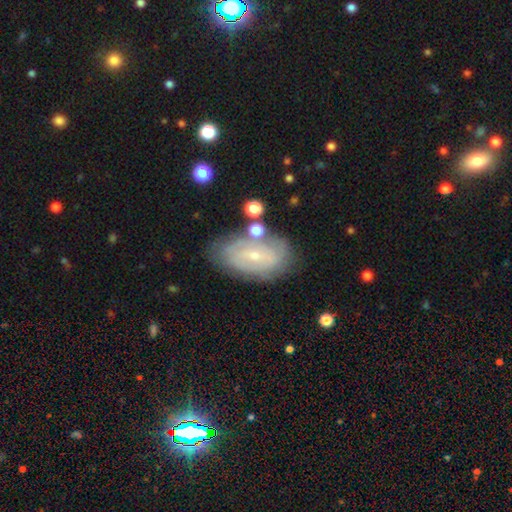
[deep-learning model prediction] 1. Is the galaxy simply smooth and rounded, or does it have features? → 54% featured or disk, 31% smooth, 15% star or artifact.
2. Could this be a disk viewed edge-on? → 89% no, 11% yes.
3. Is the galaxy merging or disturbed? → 74% none, 16% minor disturbance, 5% merger, 4% major disturbance.